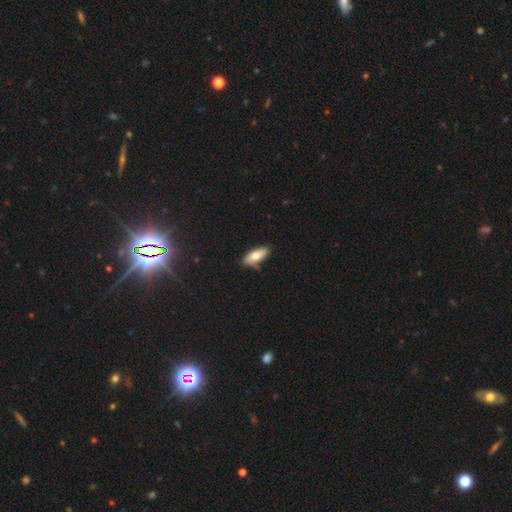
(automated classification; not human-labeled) A smooth galaxy with no disk features (75%) that is in between round and cigar-shaped (80%). Merging: none (72%).